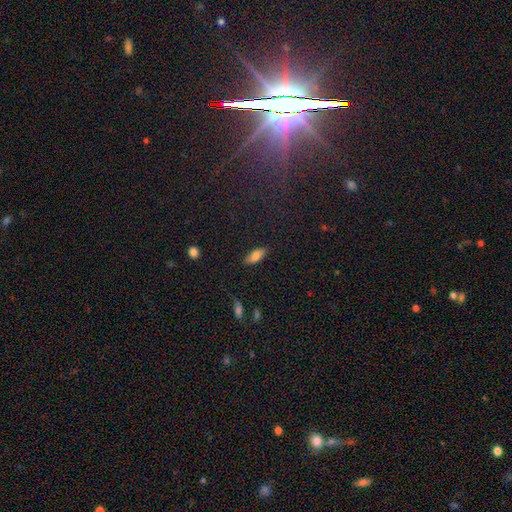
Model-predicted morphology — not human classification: A smooth galaxy with no disk features (83%) that is in between round and cigar-shaped (81%). Merging: none (84%).